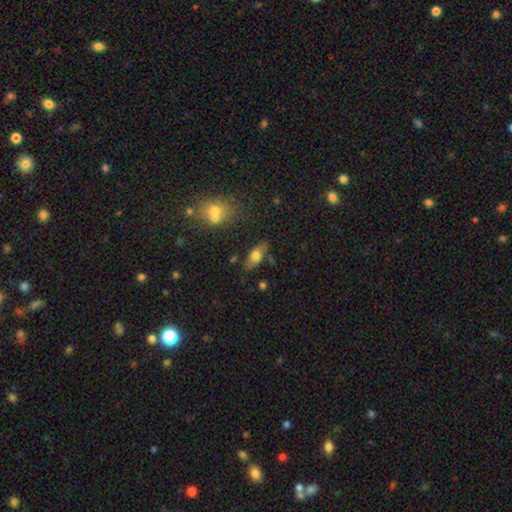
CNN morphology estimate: A smooth galaxy with no disk features (67%) that is in between round and cigar-shaped (77%).

Vote fractions:
- Smooth or featured? smooth: 67% / featured or disk: 26% / star or artifact: 8%
- How rounded? in between: 77% / cigar-shaped: 19% / round: 4%
- Merging? none: 77% / minor disturbance: 14% / merger: 5% / major disturbance: 4%